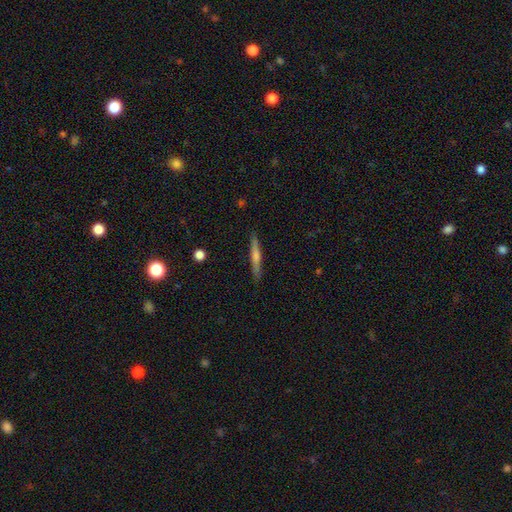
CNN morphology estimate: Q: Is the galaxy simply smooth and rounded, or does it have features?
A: featured or disk — 62%.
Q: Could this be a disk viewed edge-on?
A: yes — 97%.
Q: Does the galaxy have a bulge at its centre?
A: rounded — 64%.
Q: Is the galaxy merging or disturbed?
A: none — 90%.